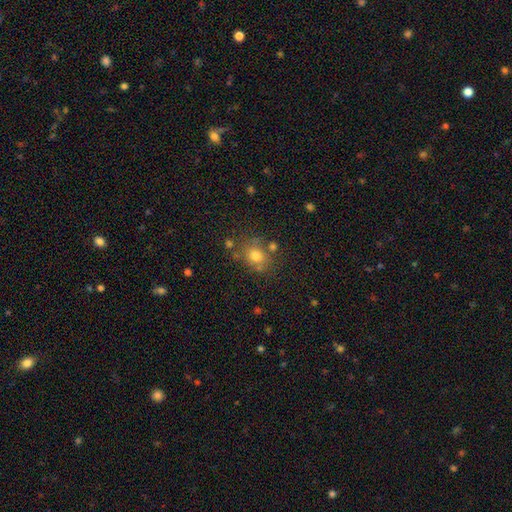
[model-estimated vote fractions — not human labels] smooth-or-featured: smooth: 72% | star or artifact: 16% | featured or disk: 12%
  how-rounded: round: 71% | in between: 28% | cigar-shaped: 1%
  merging: none: 69% | minor disturbance: 15% | merger: 10% | major disturbance: 6%